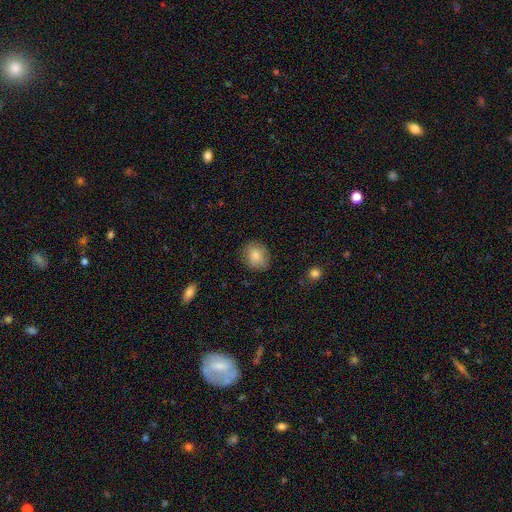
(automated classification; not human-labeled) The model was most divided on "how rounded": round: 65%, in between: 34%, cigar-shaped: 1%. More confident: smooth or featured — smooth (84%); merging — none (80%).